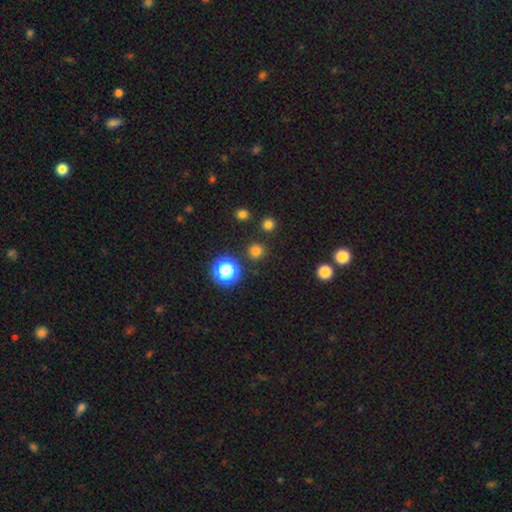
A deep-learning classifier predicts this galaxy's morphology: Smooth or featured?
  - star or artifact: 60% *
  - smooth: 31%
  - featured or disk: 9%